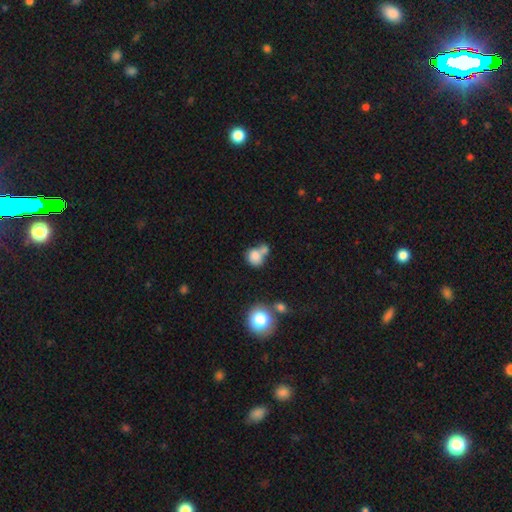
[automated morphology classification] type=smooth (79%); roundness=round (68%); merging=merger (47%).